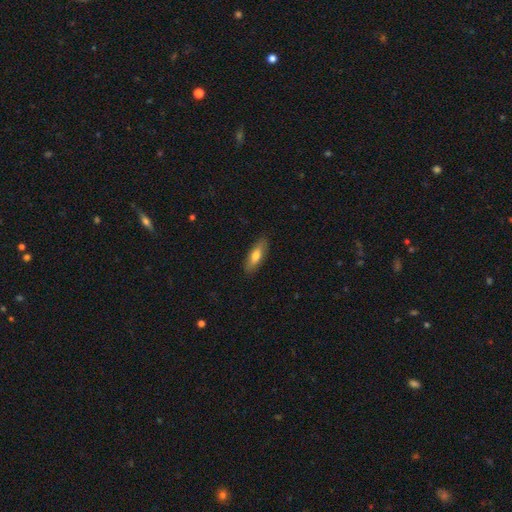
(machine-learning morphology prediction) A smooth galaxy with no disk features (72%) that is in between round and cigar-shaped (55%). Merging: none (87%).